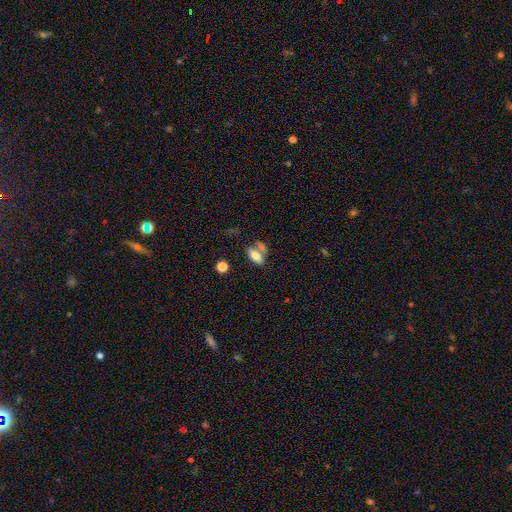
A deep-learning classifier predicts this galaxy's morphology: smooth_or_featured: smooth (p=0.75) [alt: featured or disk p=0.16]
how_rounded: in between (p=0.86) [alt: cigar-shaped p=0.08]
merging: none (p=0.45) [alt: merger p=0.34]